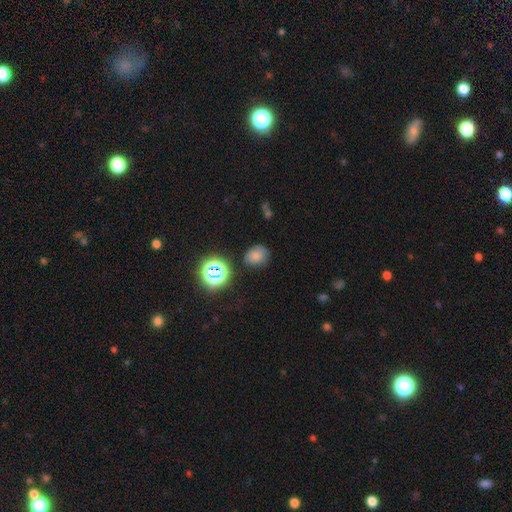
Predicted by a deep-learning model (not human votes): Smooth or featured? smooth (70%)
How rounded? round (53%)
Merging? none (73%)